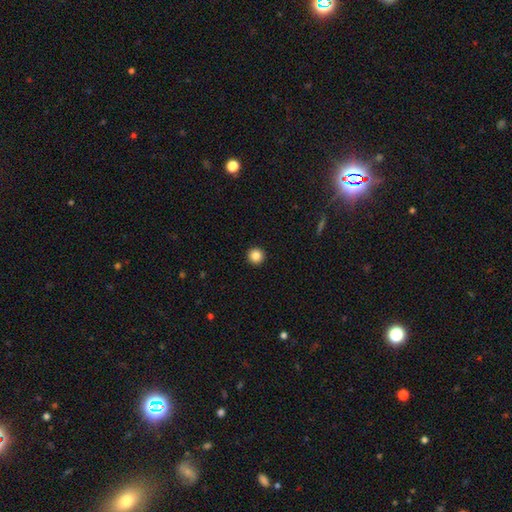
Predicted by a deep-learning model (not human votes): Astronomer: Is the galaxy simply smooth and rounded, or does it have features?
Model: smooth — 85%.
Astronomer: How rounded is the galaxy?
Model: round — 96%.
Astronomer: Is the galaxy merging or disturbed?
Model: none — 94%.